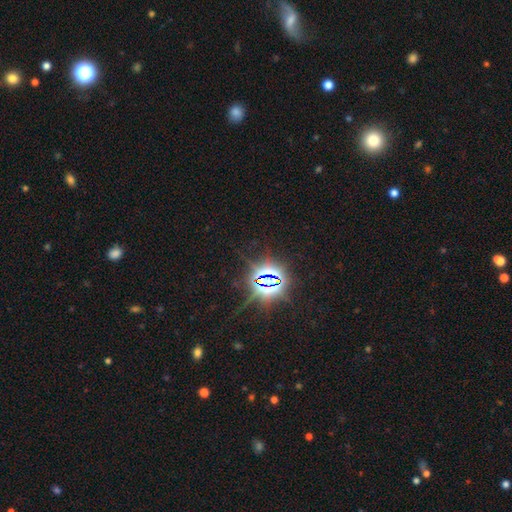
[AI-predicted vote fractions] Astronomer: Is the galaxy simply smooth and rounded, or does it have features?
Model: star or artifact — 83%.